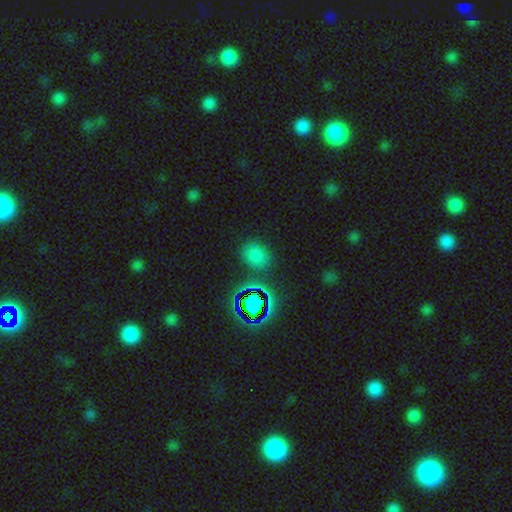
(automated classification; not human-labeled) A smooth galaxy with no disk features (66%) that is in between round and cigar-shaped (50%).

Vote fractions:
- Smooth or featured? smooth: 66% / star or artifact: 28% / featured or disk: 6%
- How rounded? in between: 50% / round: 49% / cigar-shaped: 2%
- Merging? none: 82% / minor disturbance: 11% / major disturbance: 4% / merger: 4%